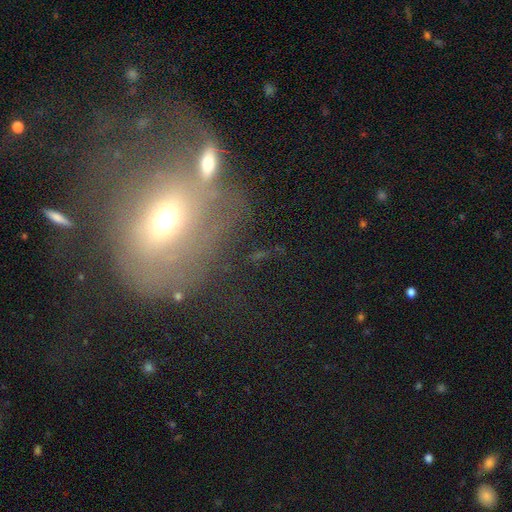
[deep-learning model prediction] Morphology: type=smooth (39%); merging=none (38%).